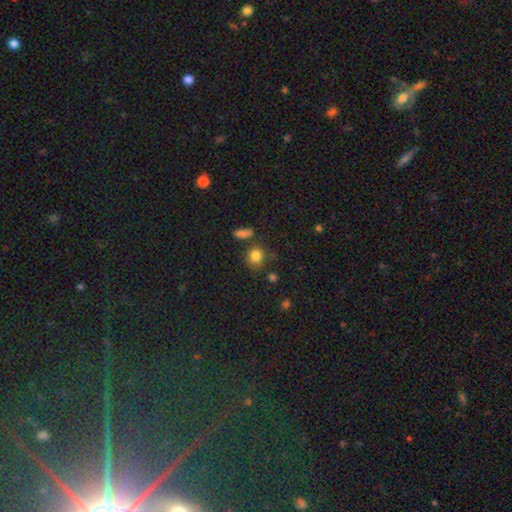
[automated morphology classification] smooth 82%, star or artifact 12%, featured or disk 6%. Down the decision tree: how rounded — round (76%); merging — none (70%).